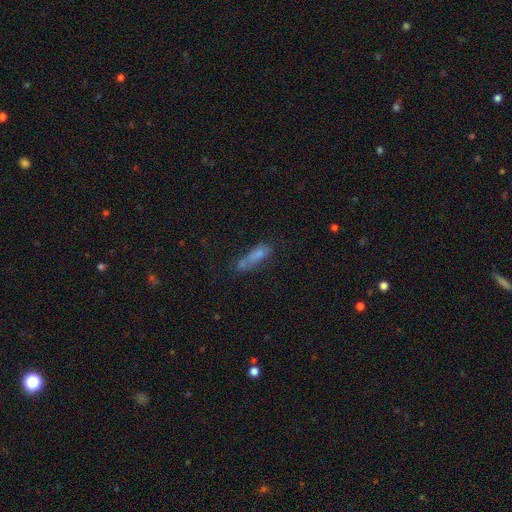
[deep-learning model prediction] A smooth galaxy with no disk features (65%) that is cigar-shaped (58%). Merging: none (37%).